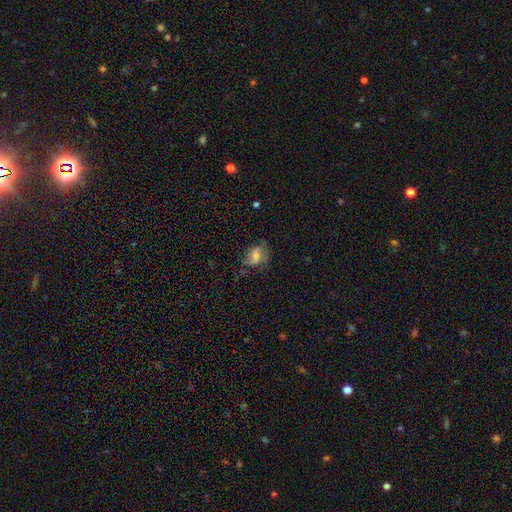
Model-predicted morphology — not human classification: smooth-or-featured: smooth: 55% | featured or disk: 35% | star or artifact: 10%
  how-rounded: in between: 69% | round: 29% | cigar-shaped: 2%
  merging: none: 49% | minor disturbance: 29% | major disturbance: 20% | merger: 2%